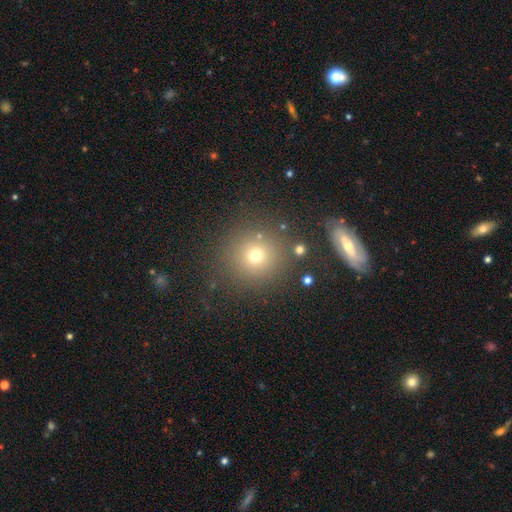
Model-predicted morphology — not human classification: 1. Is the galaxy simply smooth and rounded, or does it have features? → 69% smooth, 20% star or artifact, 11% featured or disk.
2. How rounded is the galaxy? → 92% round, 7% in between, 1% cigar-shaped.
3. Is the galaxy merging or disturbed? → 83% none, 9% minor disturbance, 4% major disturbance, 4% merger.